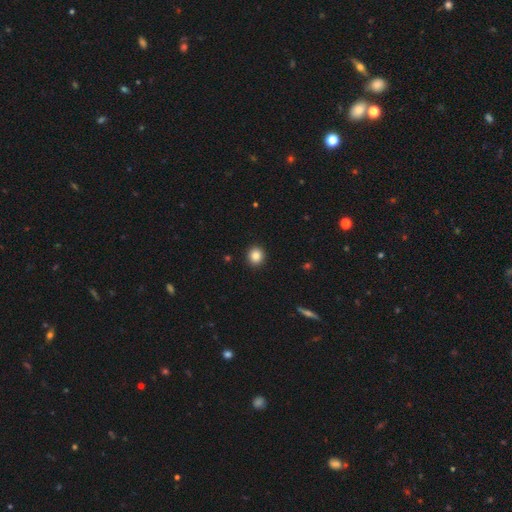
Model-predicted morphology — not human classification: A smooth galaxy with no disk features (85%) that is round (86%). Merging: none (93%).